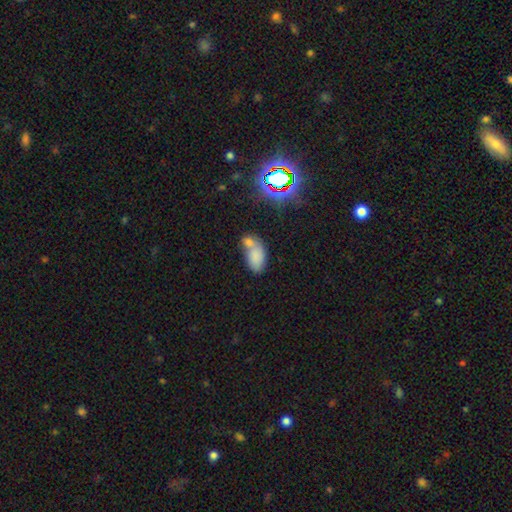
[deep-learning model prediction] Smooth or featured? smooth (76%)
How rounded? in between (92%)
Merging? merger (50%)